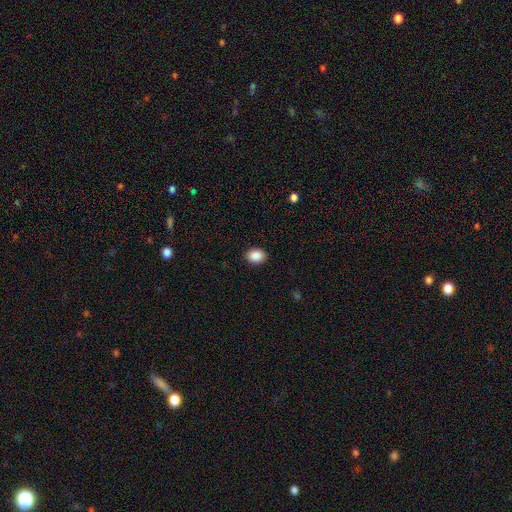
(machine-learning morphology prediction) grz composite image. It shows a smooth galaxy with no disk features (89%) that is in between round and cigar-shaped (60%). Merging: none (90%).